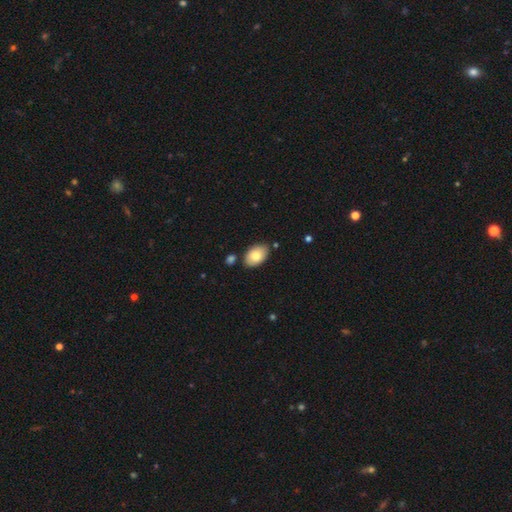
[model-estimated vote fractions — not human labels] The model was most divided on "smooth or featured": smooth: 80%, featured or disk: 14%, star or artifact: 6%. More confident: how rounded — in between (92%); merging — none (82%).